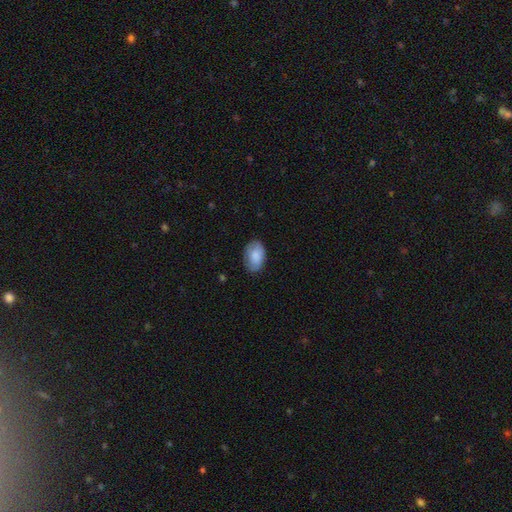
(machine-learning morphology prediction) smooth 82%, featured or disk 11%, star or artifact 6%. Down the decision tree: how rounded — in between (90%); merging — none (79%).